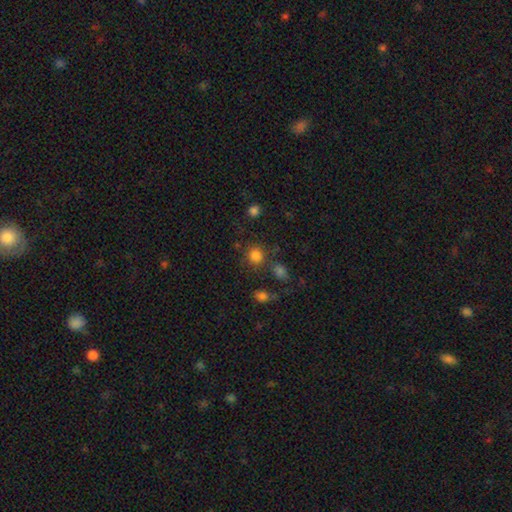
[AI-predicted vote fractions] A smooth galaxy with no disk features (81%) that is round (86%).

Vote fractions:
- Smooth or featured? smooth: 81% / star or artifact: 14% / featured or disk: 5%
- How rounded? round: 86% / in between: 13% / cigar-shaped: 1%
- Merging? none: 73% / minor disturbance: 11% / merger: 10% / major disturbance: 5%